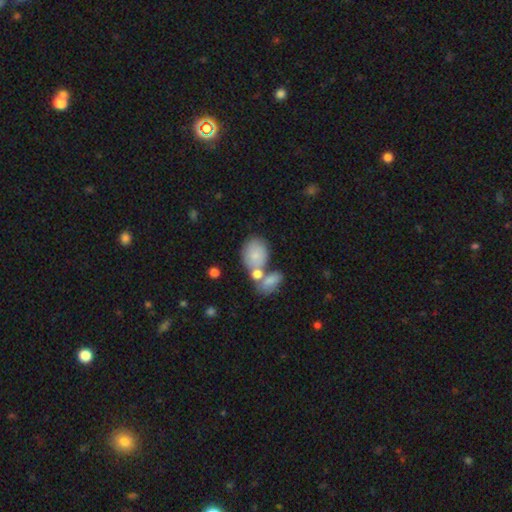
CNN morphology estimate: This appears to be a smooth galaxy with no disk features (75%) that is in between round and cigar-shaped (69%). Merging: none (42%).